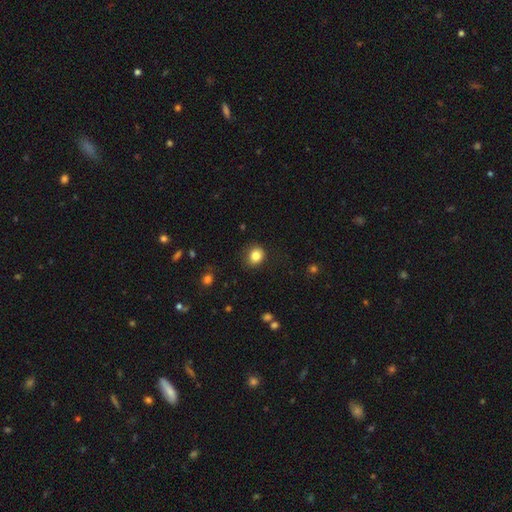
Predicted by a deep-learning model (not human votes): smooth-or-featured: smooth: 83% | star or artifact: 10% | featured or disk: 6%
  how-rounded: round: 69% | in between: 30% | cigar-shaped: 1%
  merging: none: 82% | minor disturbance: 13% | major disturbance: 4% | merger: 1%